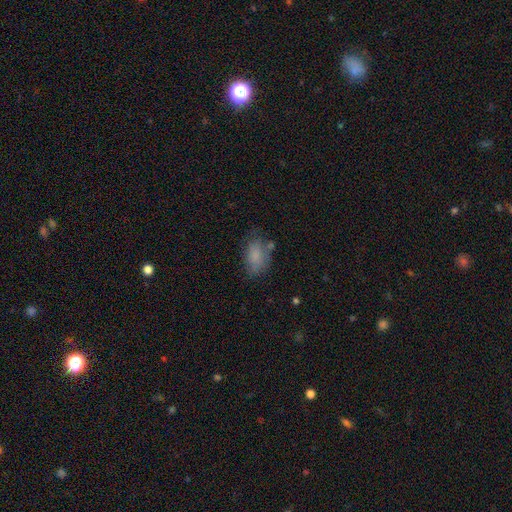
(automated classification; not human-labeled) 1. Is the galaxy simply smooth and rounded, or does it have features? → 80% smooth, 11% featured or disk, 9% star or artifact.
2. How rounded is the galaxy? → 89% in between, 8% round, 2% cigar-shaped.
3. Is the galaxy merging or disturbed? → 58% none, 26% minor disturbance, 9% major disturbance, 6% merger.